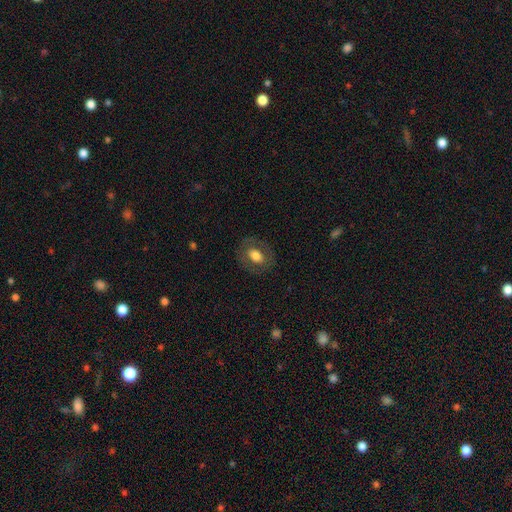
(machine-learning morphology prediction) Smooth or featured? Predicted: smooth (p=0.66). How rounded? Predicted: in between (p=0.68). Merging? Predicted: none (p=0.82).